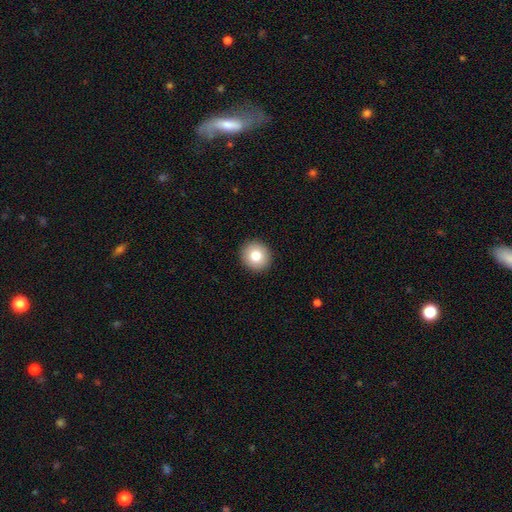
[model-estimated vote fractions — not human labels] The model was most divided on "smooth or featured": smooth: 80%, featured or disk: 11%, star or artifact: 9%. More confident: merging — none (93%); how rounded — round (88%).